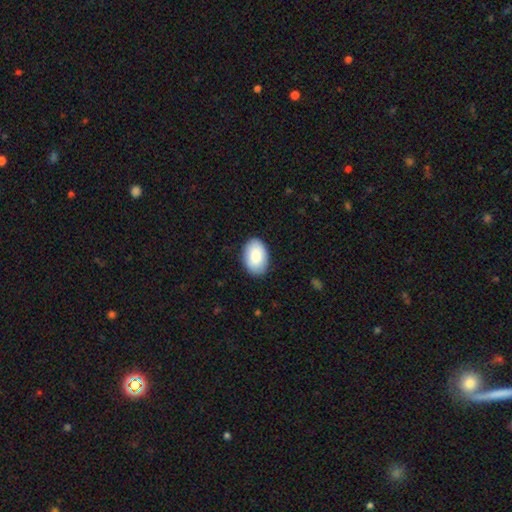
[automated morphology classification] A smooth galaxy with no disk features (86%) that is in between round and cigar-shaped (90%).

Vote fractions:
- Smooth or featured? smooth: 86% / featured or disk: 8% / star or artifact: 6%
- How rounded? in between: 90% / round: 9% / cigar-shaped: 1%
- Merging? none: 86% / minor disturbance: 11% / major disturbance: 2% / merger: 1%